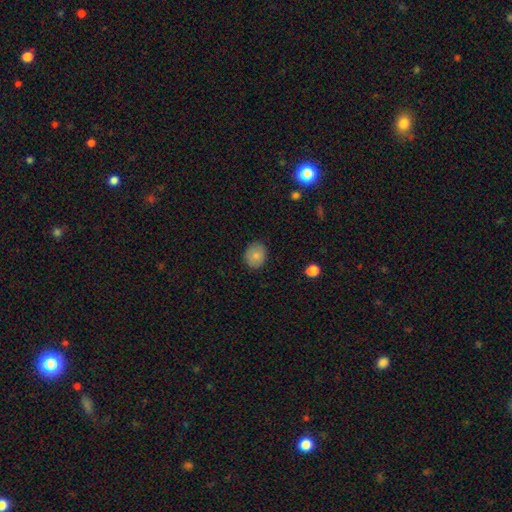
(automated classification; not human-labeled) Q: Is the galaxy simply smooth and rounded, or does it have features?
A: smooth — 81%.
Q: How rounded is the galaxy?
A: round — 62%.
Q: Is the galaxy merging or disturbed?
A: none — 86%.